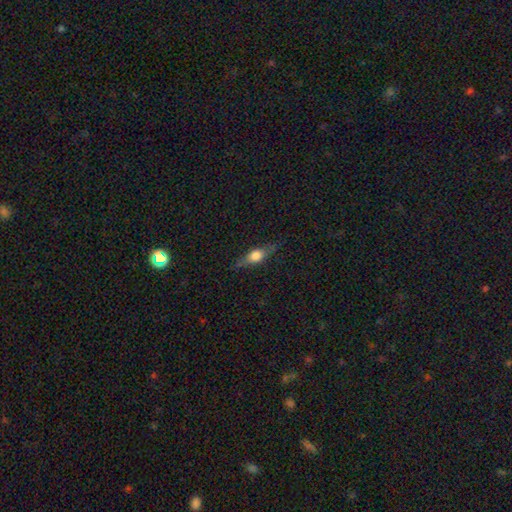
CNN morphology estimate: This is possibly a smooth galaxy (47%). Merging: likely none (78%).